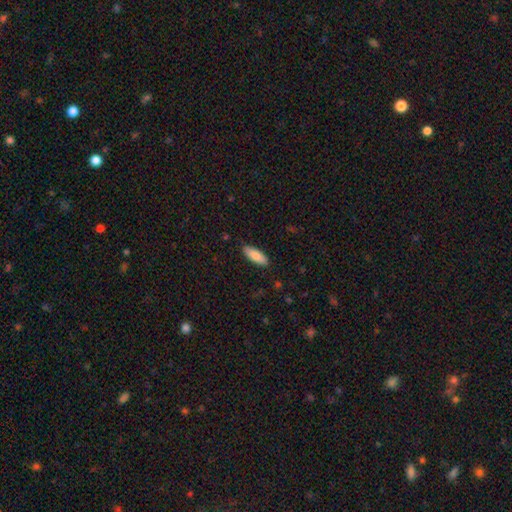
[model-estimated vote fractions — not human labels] Overall: smooth (84%). How rounded: in between (66%; cigar-shaped 33%). Merging: none (88%).